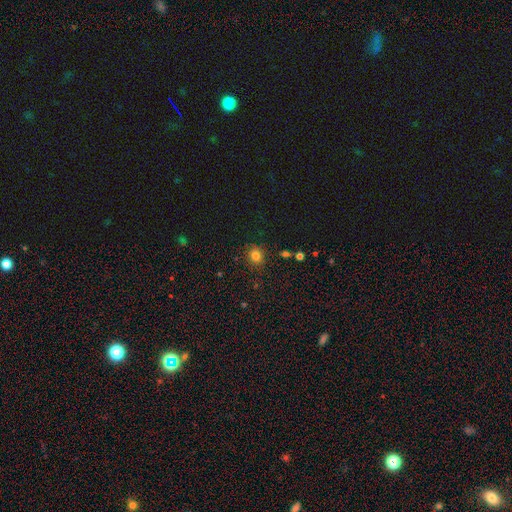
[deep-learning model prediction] A smooth galaxy with no disk features (80%) that is round (79%). Merging: none (87%).